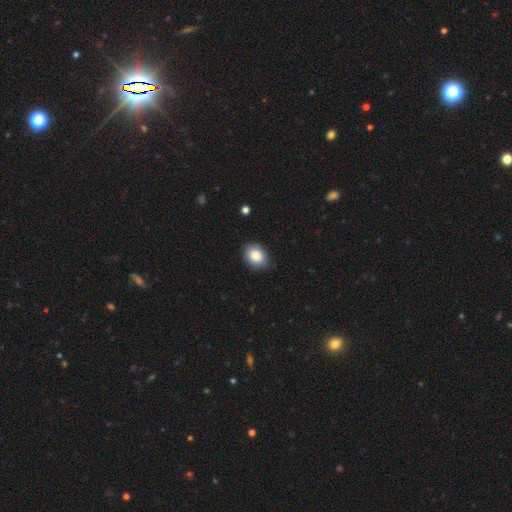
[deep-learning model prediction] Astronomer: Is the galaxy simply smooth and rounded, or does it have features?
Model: smooth — 86%.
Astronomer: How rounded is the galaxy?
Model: in between — 56% (runner-up: round, 43%).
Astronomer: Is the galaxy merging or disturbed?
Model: none — 86%.